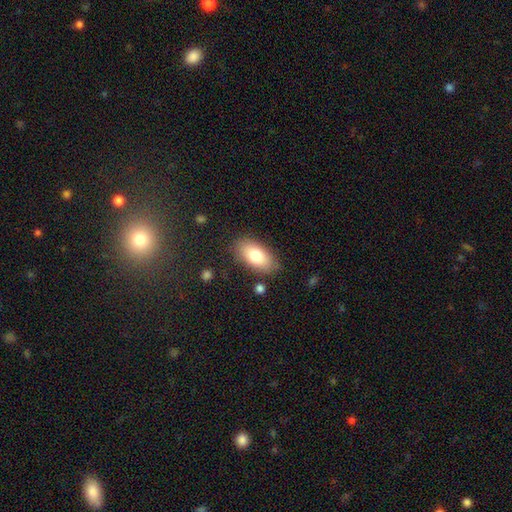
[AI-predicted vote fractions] smooth_or_featured: smooth (p=0.78) [alt: featured or disk p=0.15]
how_rounded: in between (p=0.92) [alt: cigar-shaped p=0.05]
merging: none (p=0.82) [alt: minor disturbance p=0.13]